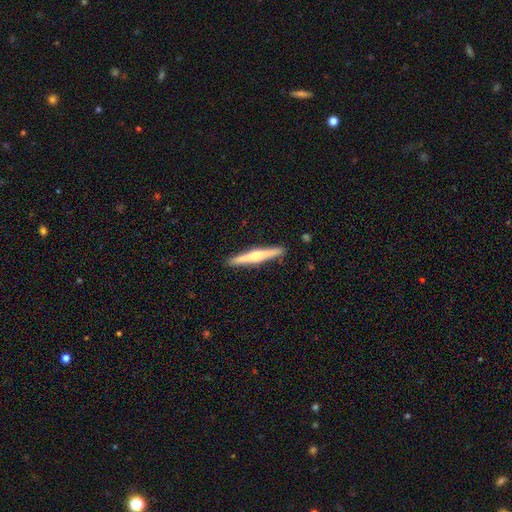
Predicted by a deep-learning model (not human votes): A featured or disk galaxy (58%) viewed edge-on (97%) with a rounded central bulge (82%). Merging: none (91%).